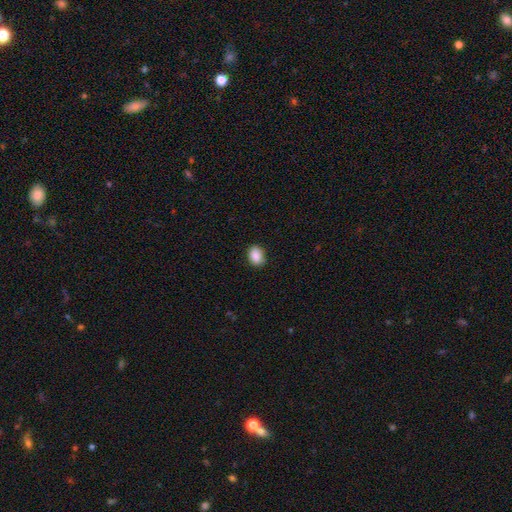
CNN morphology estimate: Overall: smooth (89%). How rounded: in between (74%). Merging: none (85%).